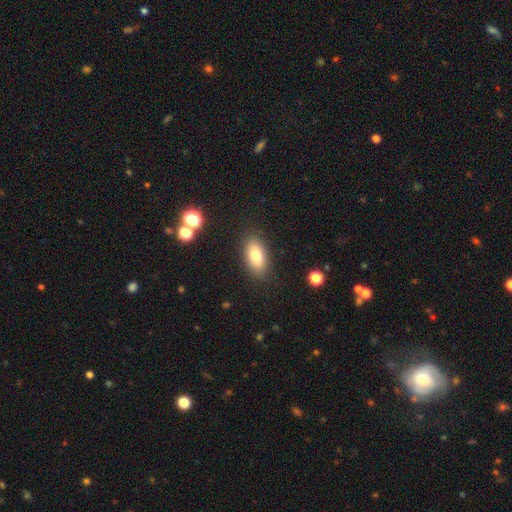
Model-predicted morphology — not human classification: Smooth or featured: smooth — 77% (featured or disk — 14%)
How rounded: in between — 88% (round — 6%)
Merging: none — 87% (minor disturbance — 9%)